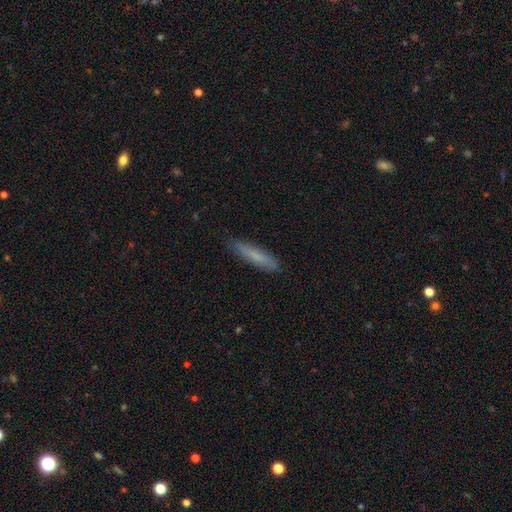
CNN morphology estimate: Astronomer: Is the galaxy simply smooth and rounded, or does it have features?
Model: smooth — 73%.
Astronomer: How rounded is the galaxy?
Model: cigar-shaped — 86%.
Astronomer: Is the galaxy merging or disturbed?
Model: none — 83%.